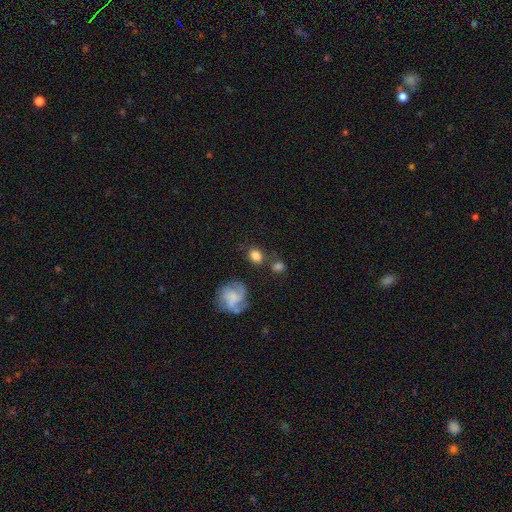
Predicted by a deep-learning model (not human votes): Smooth or featured: smooth — 73% (featured or disk — 18%)
How rounded: in between — 53% (round — 45%)
Merging: none — 61% (minor disturbance — 18%)